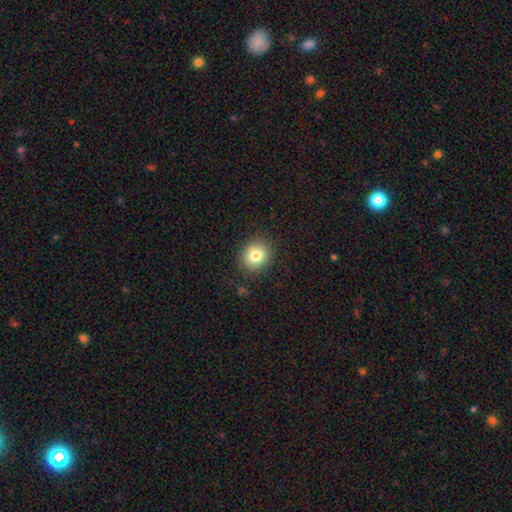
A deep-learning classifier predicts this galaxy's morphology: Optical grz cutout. It shows a smooth galaxy with no disk features (80%) that is round (74%). Merging: none (87%).